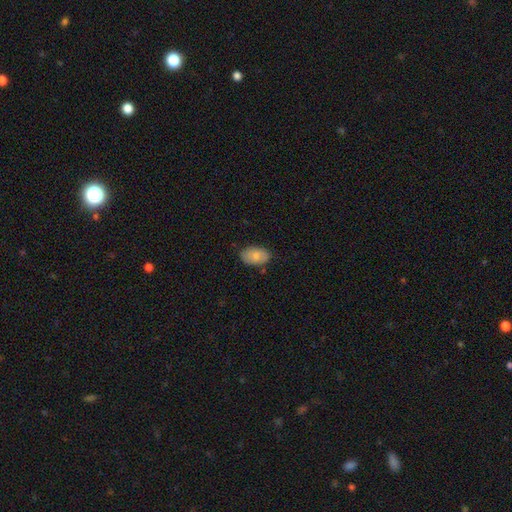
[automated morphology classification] Smooth or featured: smooth — 78% (featured or disk — 15%)
How rounded: in between — 92% (round — 7%)
Merging: none — 81% (minor disturbance — 15%)